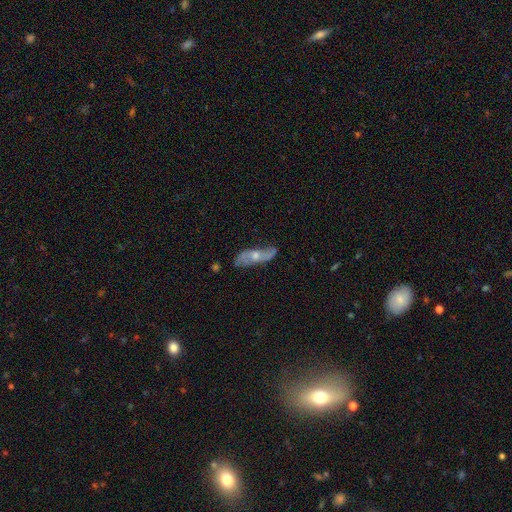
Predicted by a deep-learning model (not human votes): A featured or disk galaxy (66%) with no bar (68%), spiral arms (84%) and a moderate central bulge (52%).

Vote fractions:
- Smooth or featured? featured or disk: 66% / smooth: 27% / star or artifact: 7%
- Edge-on disk? no: 77% / yes: 23%
- Bar? no: 68% / weak: 25% / strong: 7%
- Spiral arms? yes: 84% / no: 16%
- Bulge size? moderate: 52% / small: 42% / none: 3% / large: 3% / dominant: 1%
- Merging? none: 68% / minor disturbance: 22% / major disturbance: 7% / merger: 3%